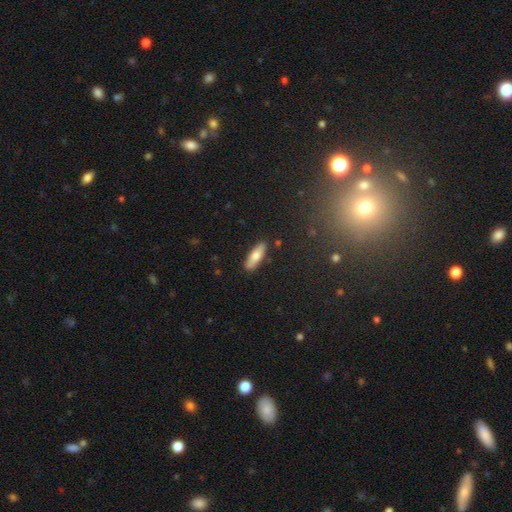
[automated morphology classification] smooth_or_featured: smooth (p=0.71) [alt: featured or disk p=0.22]
how_rounded: in between (p=0.49) [tied with: cigar-shaped p=0.49]
merging: none (p=0.86) [alt: minor disturbance p=0.10]